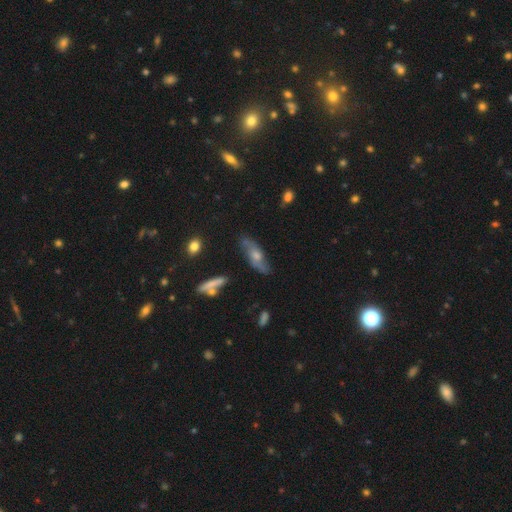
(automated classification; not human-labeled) Q: Smooth or featured?
A: featured or disk (59%); runner-up: smooth (34%)
Q: Edge-on disk?
A: no (71%); runner-up: yes (29%)
Q: Merging?
A: none (74%); runner-up: minor disturbance (18%)